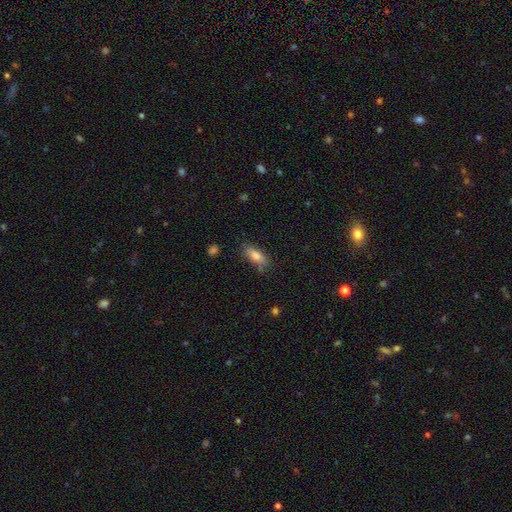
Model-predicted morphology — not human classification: smooth 81%, featured or disk 12%, star or artifact 7%. Down the decision tree: how rounded — in between (73%); merging — none (75%).